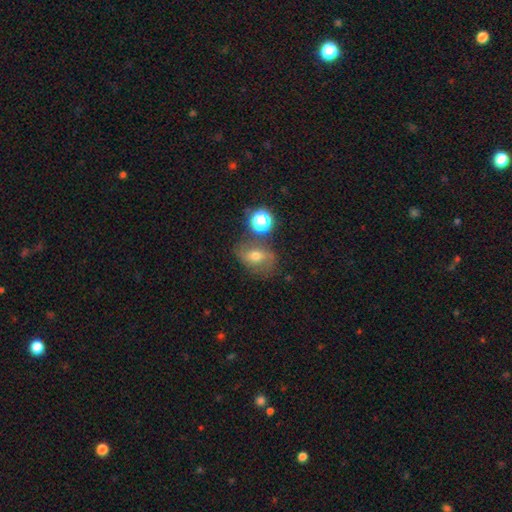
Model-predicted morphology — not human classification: featured or disk 40%, smooth 39%, star or artifact 22%. Down the decision tree: merging — none (66%).